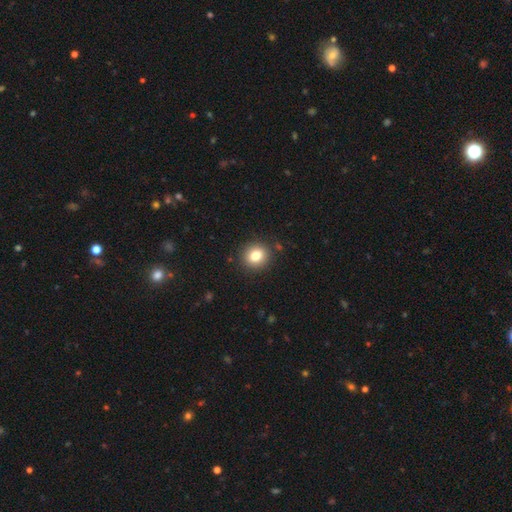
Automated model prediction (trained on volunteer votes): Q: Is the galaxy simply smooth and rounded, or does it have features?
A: smooth — 80%.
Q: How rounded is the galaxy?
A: round — 81%.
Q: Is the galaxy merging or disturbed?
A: none — 89%.